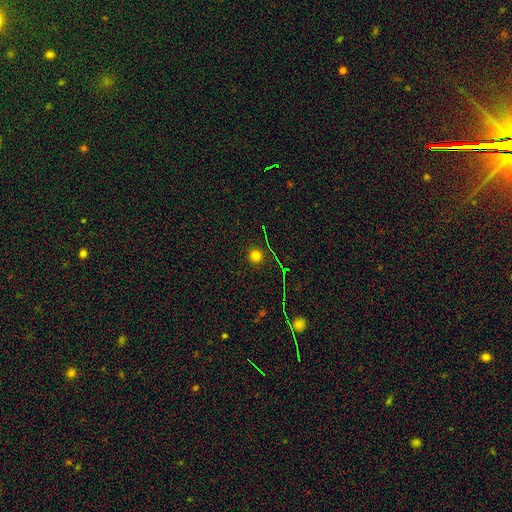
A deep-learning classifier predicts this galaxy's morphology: type=smooth (73%); roundness=round (95%); merging=none (90%).